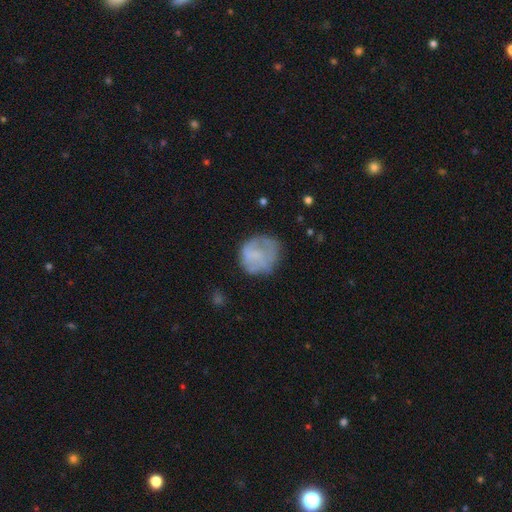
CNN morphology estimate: smooth_or_featured: smooth (p=0.60) [alt: featured or disk p=0.31]
how_rounded: round (p=0.79) [alt: in between p=0.20]
merging: none (p=0.55) [alt: minor disturbance p=0.25]